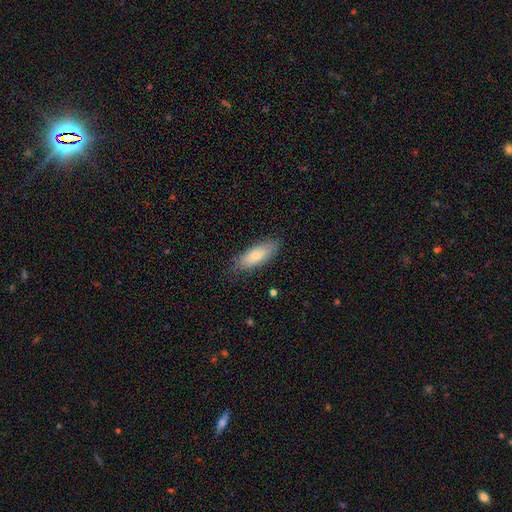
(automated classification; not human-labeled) smooth 75%, featured or disk 18%, star or artifact 6%. Down the decision tree: how rounded — in between (73%); merging — none (82%).